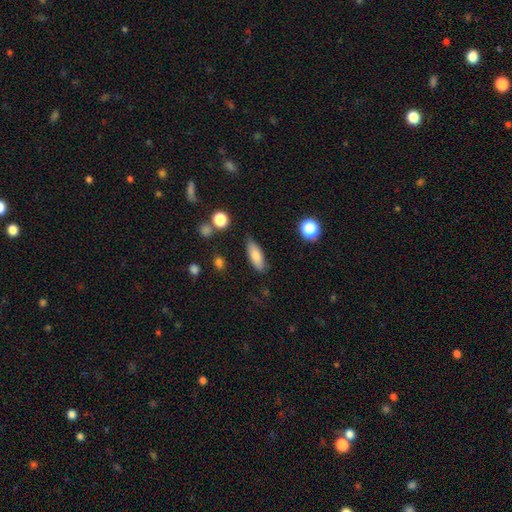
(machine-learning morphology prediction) The model was most divided on "how rounded": in between: 63%, cigar-shaped: 34%, round: 3%. More confident: merging — none (79%); smooth or featured — smooth (76%).